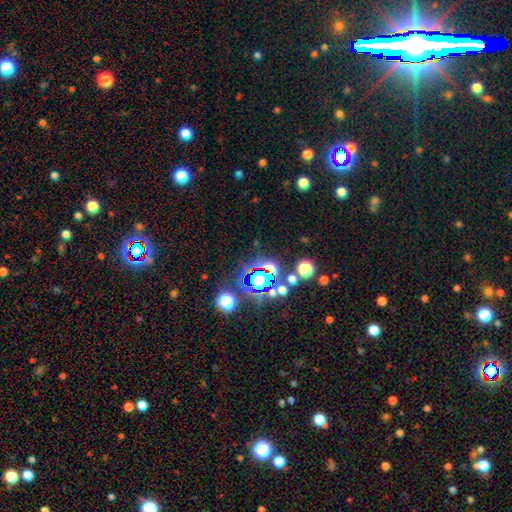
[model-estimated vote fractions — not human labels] Smooth or featured?
  - star or artifact: 79% *
  - smooth: 13%
  - featured or disk: 8%